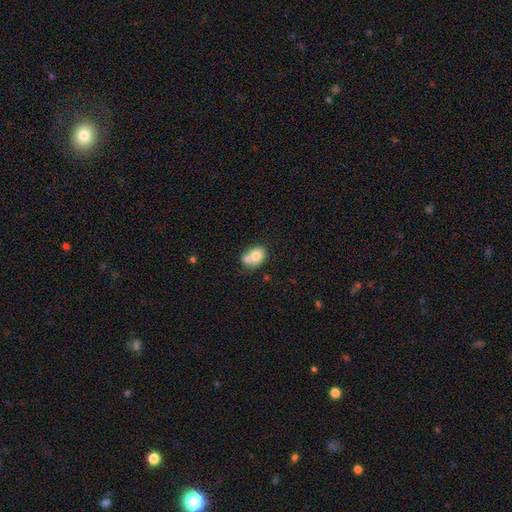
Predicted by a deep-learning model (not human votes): Q: Smooth or featured?
A: smooth (74%); runner-up: featured or disk (17%)
Q: How rounded?
A: in between (52%); runner-up: round (47%)
Q: Merging?
A: merger (54%); runner-up: none (29%)